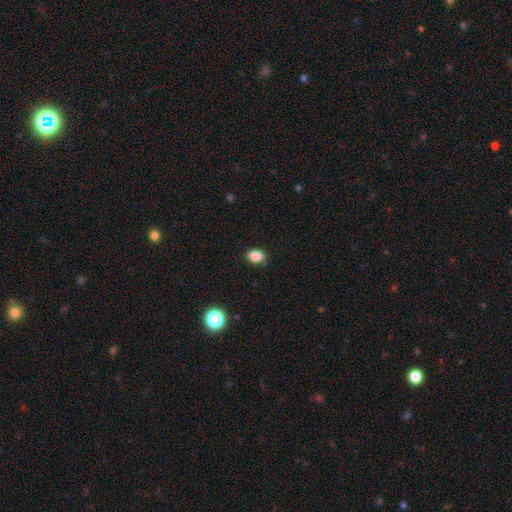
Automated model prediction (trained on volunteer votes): smooth 85%, star or artifact 10%, featured or disk 4%. Down the decision tree: how rounded — in between (60%); merging — none (82%).